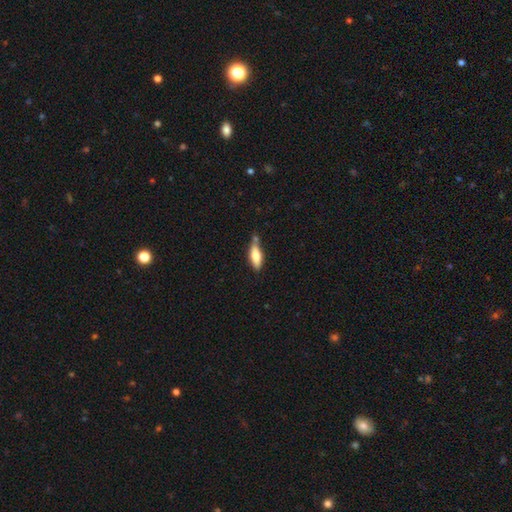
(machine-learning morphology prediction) type=smooth (71%); roundness=in between (61%); merging=none (59%).